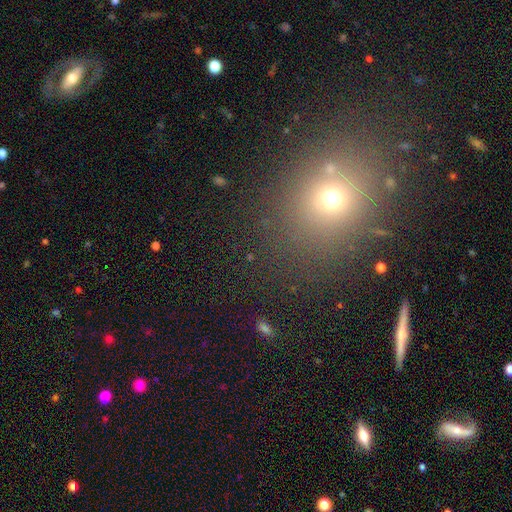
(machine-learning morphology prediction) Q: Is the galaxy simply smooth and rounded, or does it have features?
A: smooth — 51%.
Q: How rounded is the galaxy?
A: round — 64%.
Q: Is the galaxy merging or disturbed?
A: none — 83%.